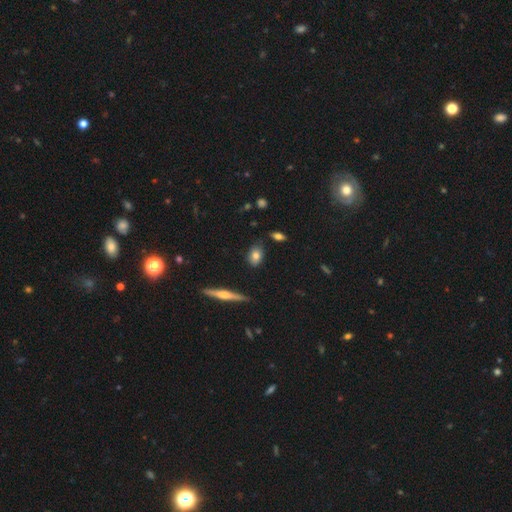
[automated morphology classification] A smooth galaxy with no disk features (76%) that is in between round and cigar-shaped (79%).

Vote fractions:
- Smooth or featured? smooth: 76% / featured or disk: 15% / star or artifact: 8%
- How rounded? in between: 79% / round: 16% / cigar-shaped: 5%
- Merging? none: 79% / minor disturbance: 15% / major disturbance: 3% / merger: 3%